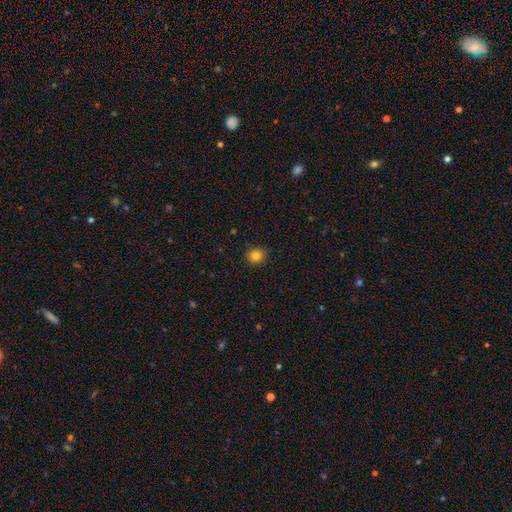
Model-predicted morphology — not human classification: Q: Smooth or featured?
A: smooth (83%); runner-up: star or artifact (12%)
Q: How rounded?
A: round (89%); runner-up: in between (10%)
Q: Merging?
A: none (90%); runner-up: minor disturbance (7%)